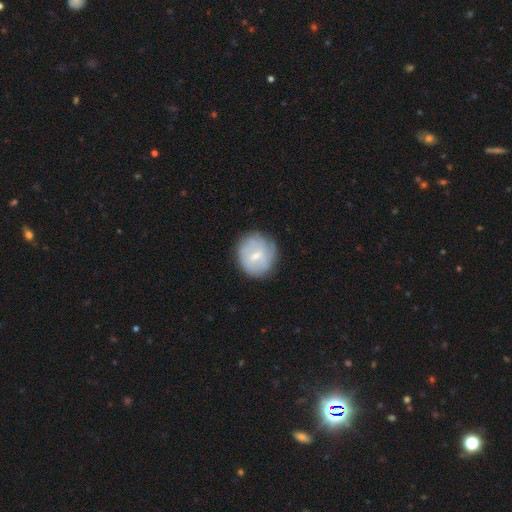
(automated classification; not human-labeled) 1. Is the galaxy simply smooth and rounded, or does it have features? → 48% featured or disk, 45% smooth, 7% star or artifact.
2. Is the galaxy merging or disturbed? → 72% none, 19% minor disturbance, 7% major disturbance, 2% merger.